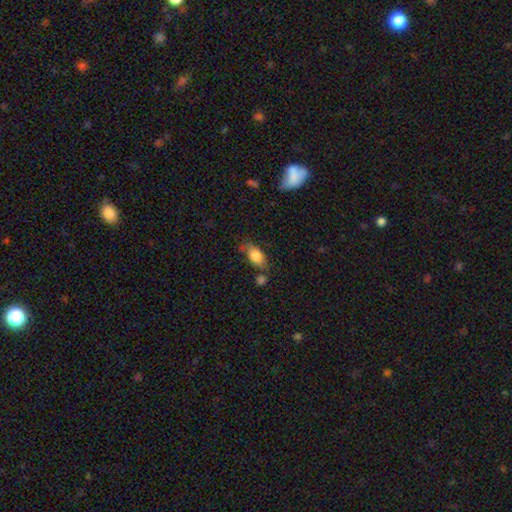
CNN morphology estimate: Smooth or featured: smooth — 78% (featured or disk — 14%)
How rounded: in between — 86% (cigar-shaped — 7%)
Merging: none — 54% (minor disturbance — 27%)